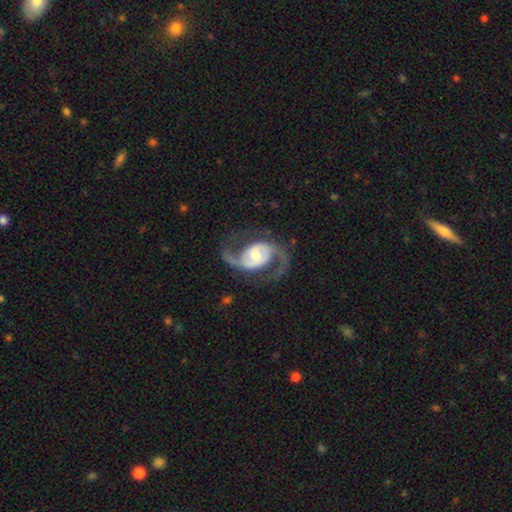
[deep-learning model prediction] This appears to be a featured or disk galaxy (91%) with a weak bar (42%), 2 (94%) medium (47%) spiral arms (97%) and a moderate central bulge (56%). Merging: none (74%).